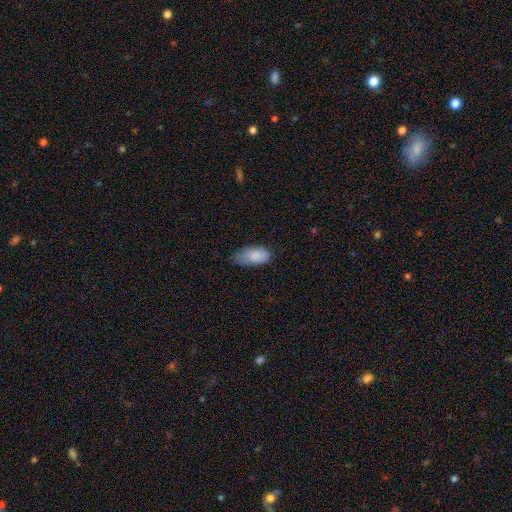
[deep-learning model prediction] Morphology: type=smooth (83%); roundness=in between (93%); merging=none (52%).